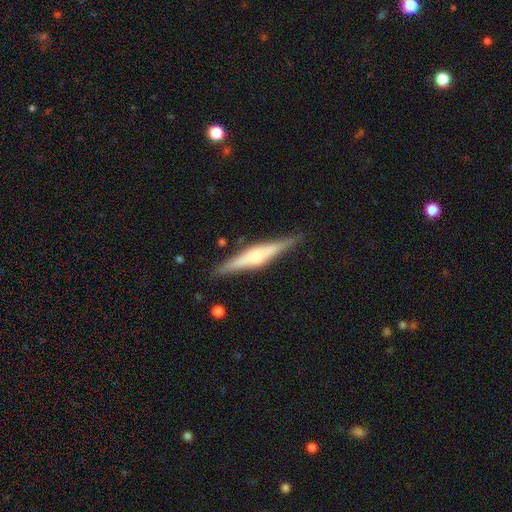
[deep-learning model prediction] Smooth or featured? Predicted: featured or disk (p=0.73). Edge-on disk? Predicted: yes (p=0.98). Edge-on bulge? Predicted: rounded (p=0.73). Merging? Predicted: none (p=0.88).